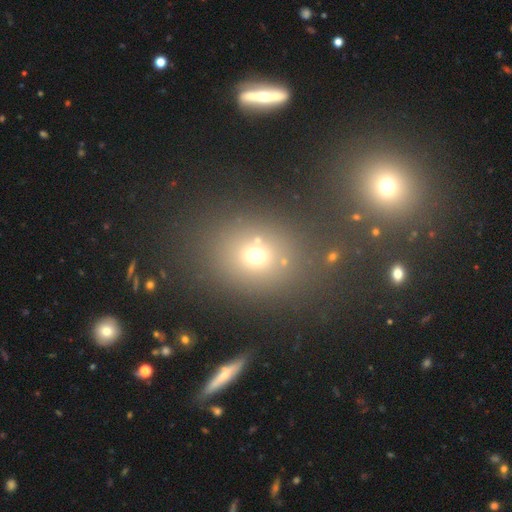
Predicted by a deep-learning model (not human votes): Smooth or featured? Predicted: smooth (p=0.65). How rounded? Predicted: round (p=0.60). Merging? Predicted: none (p=0.72).